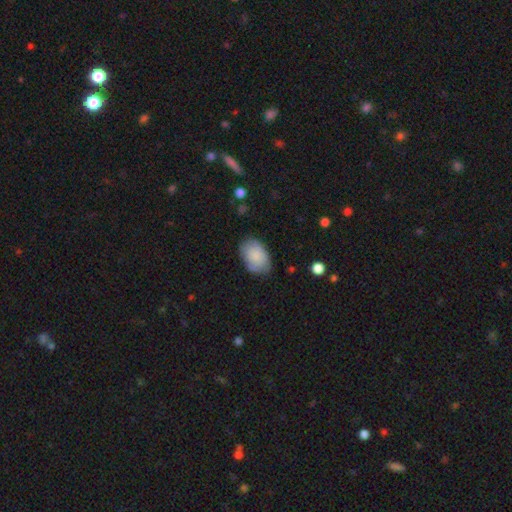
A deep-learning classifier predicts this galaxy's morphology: smooth-or-featured: smooth: 84% | featured or disk: 10% | star or artifact: 6%
  how-rounded: in between: 89% | round: 9% | cigar-shaped: 1%
  merging: none: 73% | minor disturbance: 21% | major disturbance: 5% | merger: 1%